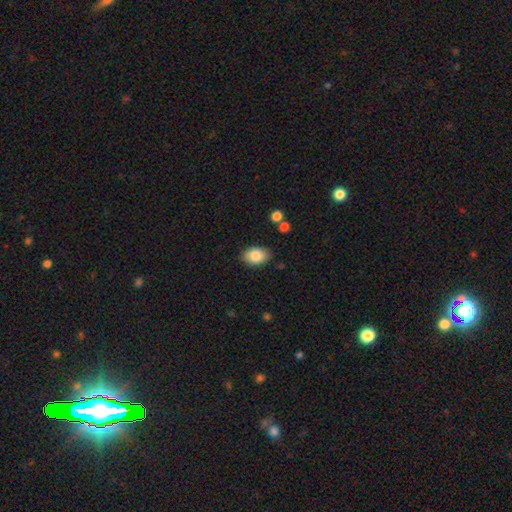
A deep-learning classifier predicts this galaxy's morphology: Smooth or featured? Predicted: smooth (p=0.83). How rounded? Predicted: in between (p=0.89). Merging? Predicted: none (p=0.86).